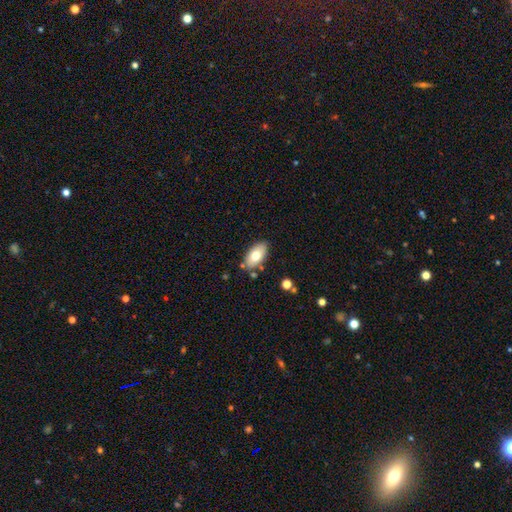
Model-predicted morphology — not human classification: Smooth or featured? Predicted: smooth (p=0.73). How rounded? Predicted: in between (p=0.93). Merging? Predicted: none (p=0.80).